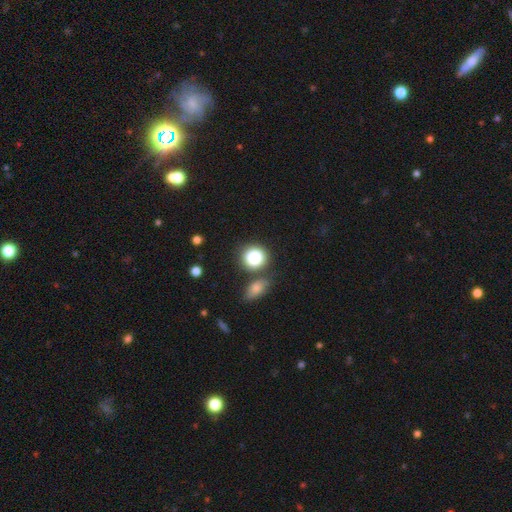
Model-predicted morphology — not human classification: Smooth or featured? smooth (83%)
How rounded? round (83%)
Merging? none (70%)